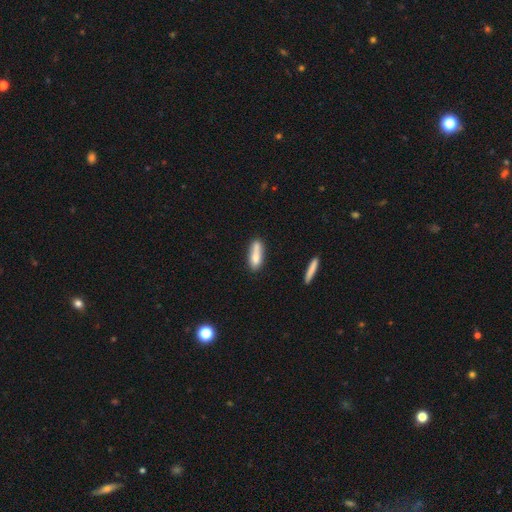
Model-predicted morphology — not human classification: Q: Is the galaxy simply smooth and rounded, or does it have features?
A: smooth — 78%.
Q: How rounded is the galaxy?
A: cigar-shaped — 59%.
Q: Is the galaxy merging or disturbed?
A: none — 62%.